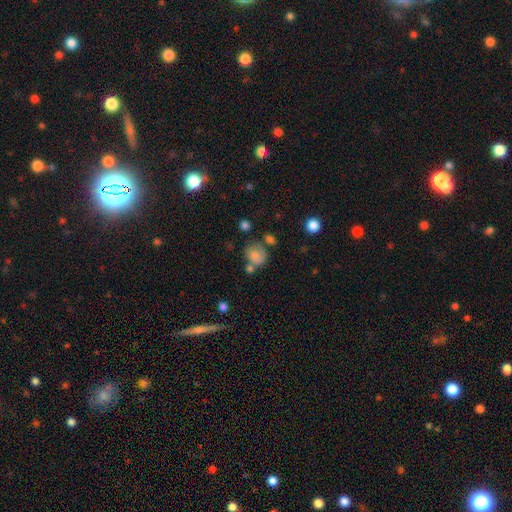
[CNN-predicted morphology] This is likely a smooth galaxy (73%). How rounded: likely round (67%). Merging: possibly none (50%).